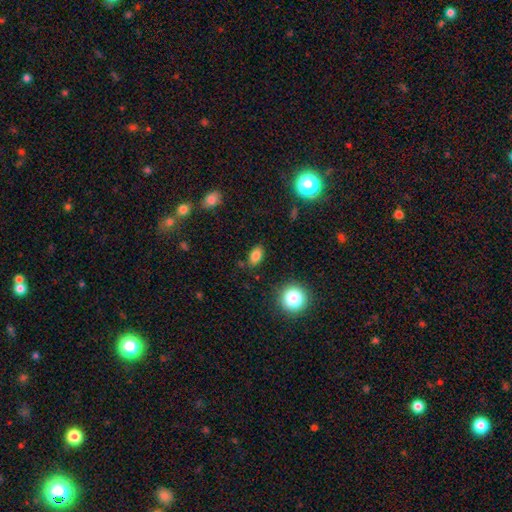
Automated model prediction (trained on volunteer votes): Smooth or featured?
  - smooth: 82% *
  - star or artifact: 11%
  - featured or disk: 7%
How rounded?
  - in between: 85% *
  - round: 11%
  - cigar-shaped: 3%
Merging?
  - none: 82% *
  - minor disturbance: 12%
  - major disturbance: 3%
  - merger: 2%